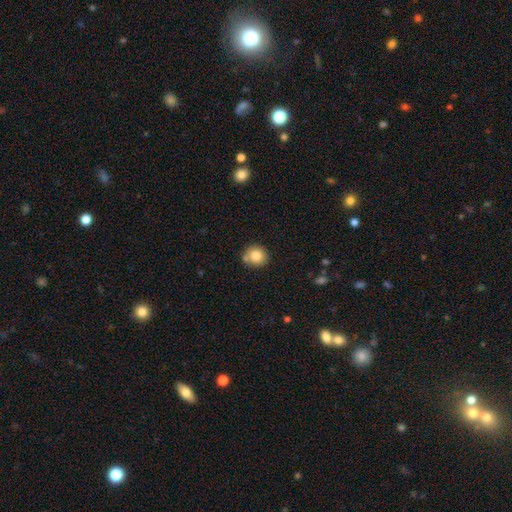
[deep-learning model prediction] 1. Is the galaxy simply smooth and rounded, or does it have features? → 82% smooth, 9% star or artifact, 8% featured or disk.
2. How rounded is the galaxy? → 85% round, 14% in between, 1% cigar-shaped.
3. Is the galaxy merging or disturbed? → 71% none, 14% minor disturbance, 12% merger, 3% major disturbance.